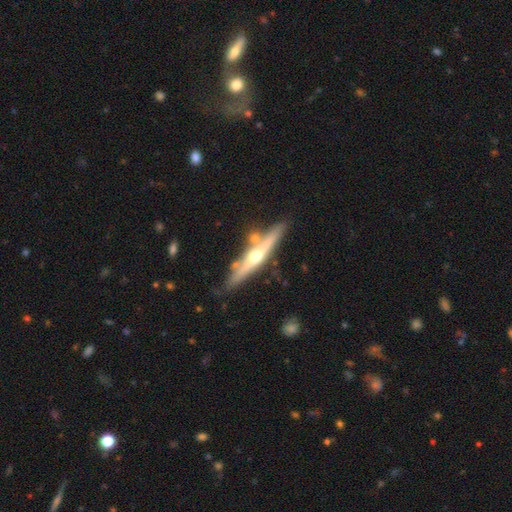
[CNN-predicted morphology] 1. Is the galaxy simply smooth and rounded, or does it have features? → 70% featured or disk, 25% smooth, 5% star or artifact.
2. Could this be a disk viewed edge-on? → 95% yes, 5% no.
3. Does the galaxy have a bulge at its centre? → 92% rounded, 6% none, 2% boxy.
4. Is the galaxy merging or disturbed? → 78% none, 11% minor disturbance, 8% merger, 3% major disturbance.